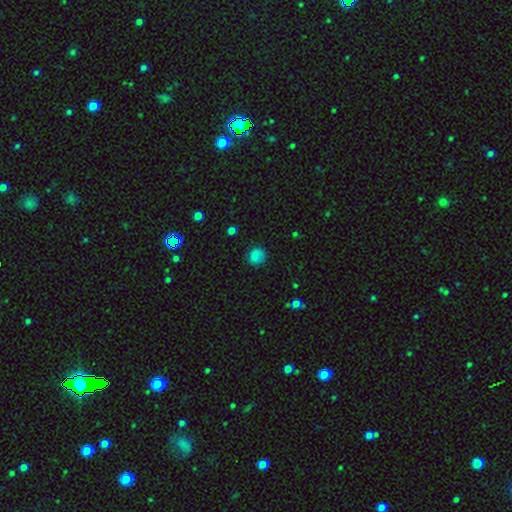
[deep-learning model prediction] A smooth galaxy with no disk features (81%) that is round (84%).

Vote fractions:
- Smooth or featured? smooth: 81% / star or artifact: 14% / featured or disk: 5%
- How rounded? round: 84% / in between: 15% / cigar-shaped: 1%
- Merging? none: 80% / minor disturbance: 15% / major disturbance: 4% / merger: 1%